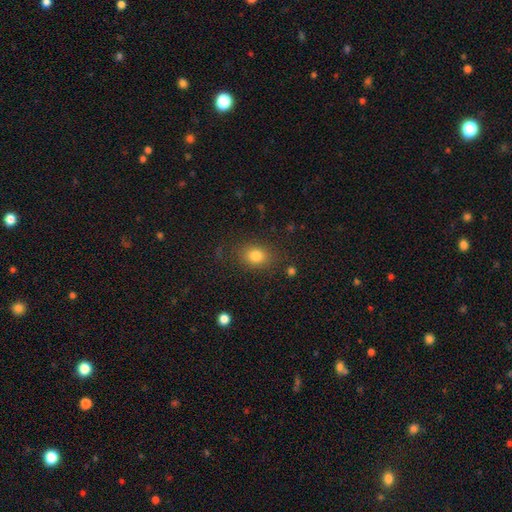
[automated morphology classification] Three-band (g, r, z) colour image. It shows a smooth galaxy with no disk features (81%) that is in between round and cigar-shaped (58%). Merging: none (80%).